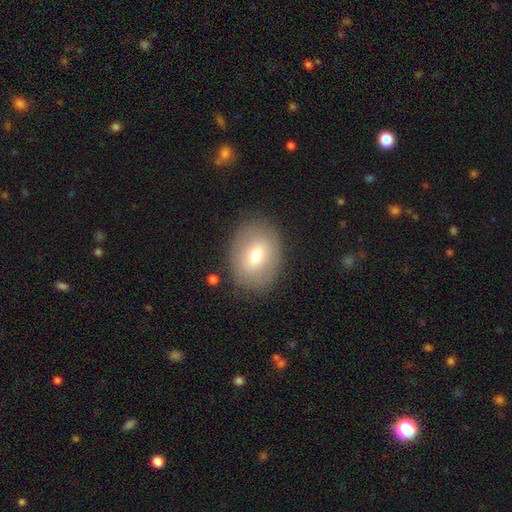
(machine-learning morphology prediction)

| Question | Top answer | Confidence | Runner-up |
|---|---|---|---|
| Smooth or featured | smooth | 67% | featured or disk (24%) |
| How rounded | in between | 63% | round (36%) |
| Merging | none | 84% | minor disturbance (11%) |